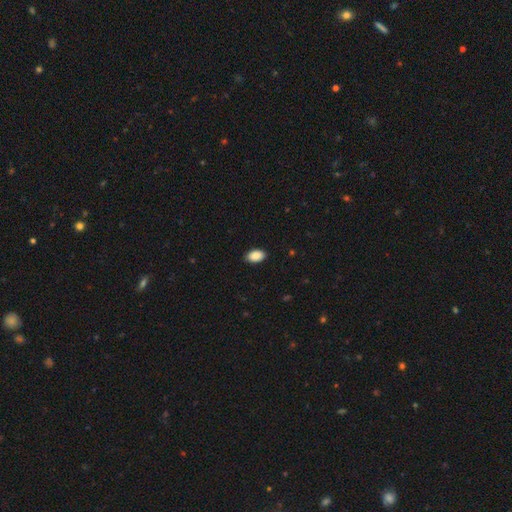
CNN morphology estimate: Overall: smooth (89%). How rounded: in between (93%). Merging: none (89%).